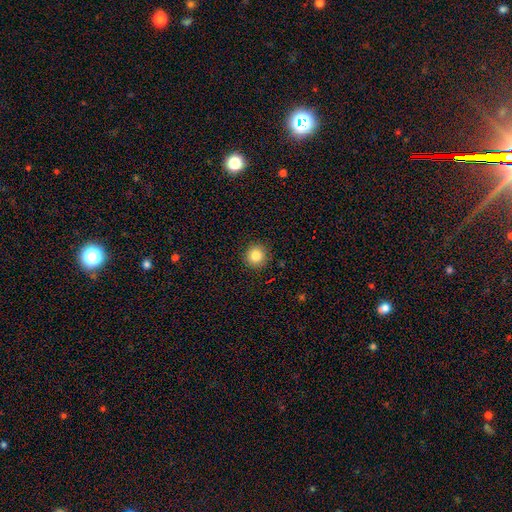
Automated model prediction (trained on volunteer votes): Overall: smooth (83%). How rounded: round (94%). Merging: none (91%).